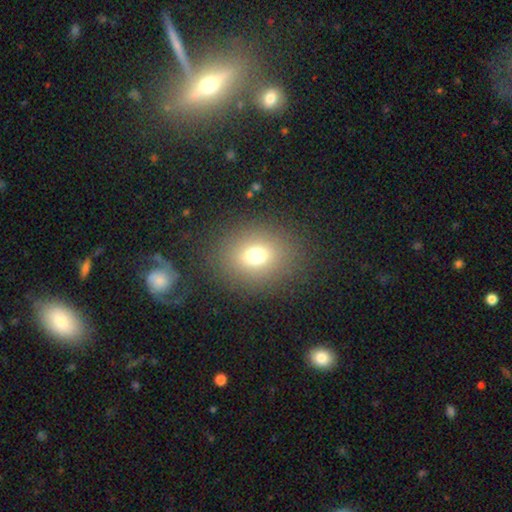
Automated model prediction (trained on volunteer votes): smooth-or-featured: smooth: 71% | star or artifact: 18% | featured or disk: 11%
  how-rounded: round: 59% | in between: 40% | cigar-shaped: 1%
  merging: none: 86% | minor disturbance: 7% | major disturbance: 5% | merger: 1%